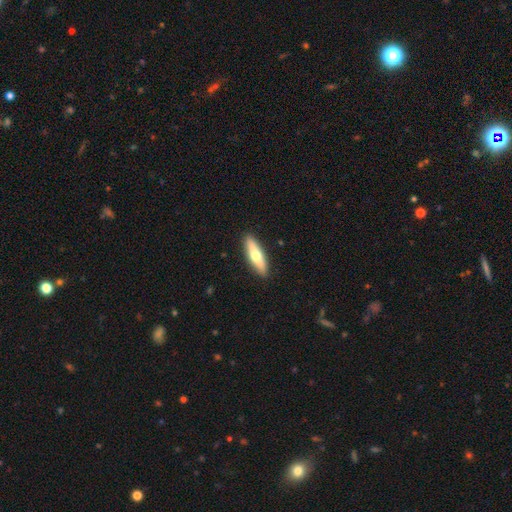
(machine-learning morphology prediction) A smooth galaxy with no disk features (60%) that is cigar-shaped (65%). Merging: none (91%).